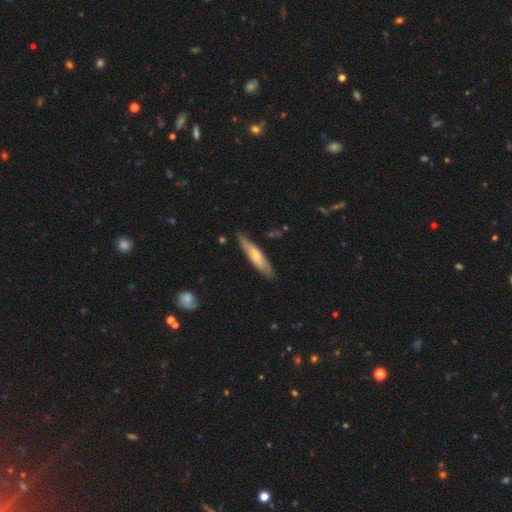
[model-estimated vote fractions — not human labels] Smooth or featured? Predicted: smooth (p=0.52). How rounded? Predicted: cigar-shaped (p=0.78). Merging? Predicted: none (p=0.79).